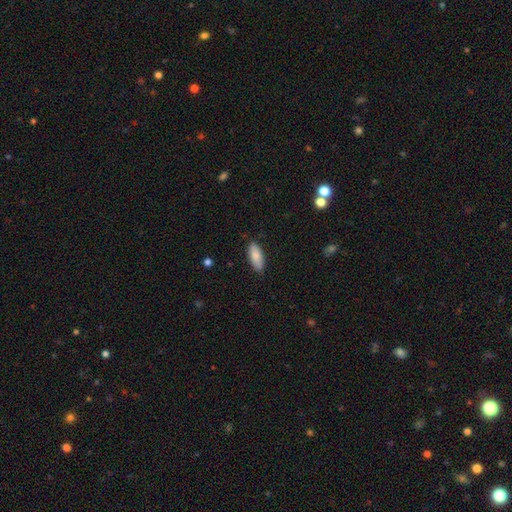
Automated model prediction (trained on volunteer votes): The model was most divided on "how rounded": in between: 79%, cigar-shaped: 19%, round: 2%. More confident: merging — none (85%); smooth or featured — smooth (84%).